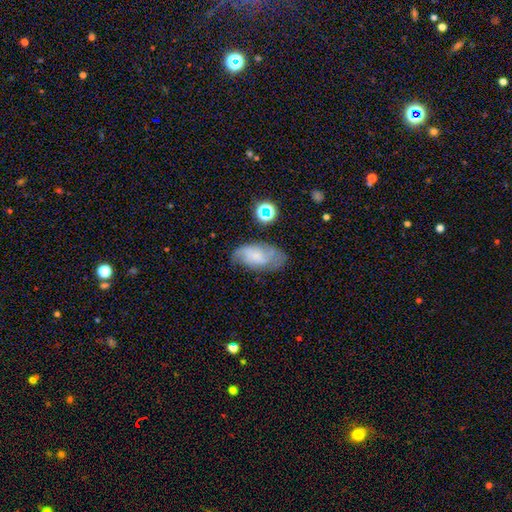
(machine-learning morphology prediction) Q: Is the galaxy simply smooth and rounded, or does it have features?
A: featured or disk — 48%.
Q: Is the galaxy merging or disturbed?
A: none — 58%.